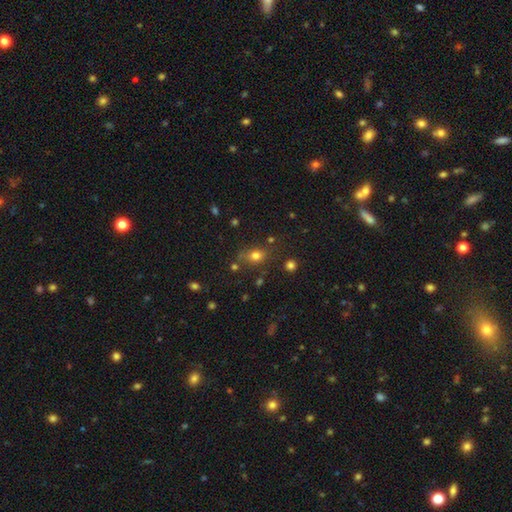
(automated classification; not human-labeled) Q: Smooth or featured?
A: smooth (75%); runner-up: star or artifact (16%)
Q: How rounded?
A: in between (53%); runner-up: round (45%)
Q: Merging?
A: none (71%); runner-up: minor disturbance (15%)